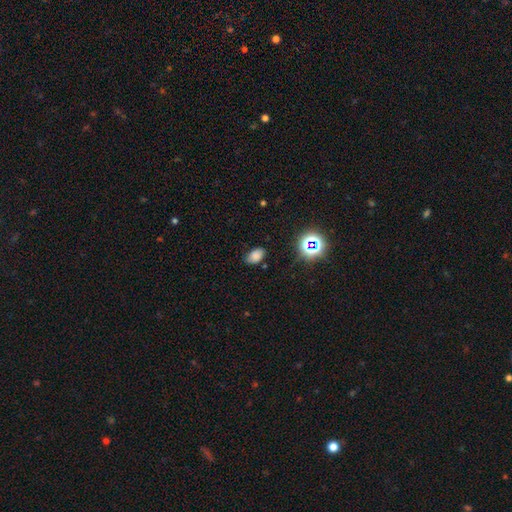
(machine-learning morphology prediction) The model was most divided on "smooth or featured": smooth: 75%, star or artifact: 18%, featured or disk: 7%. More confident: how rounded — in between (90%); merging — none (78%).